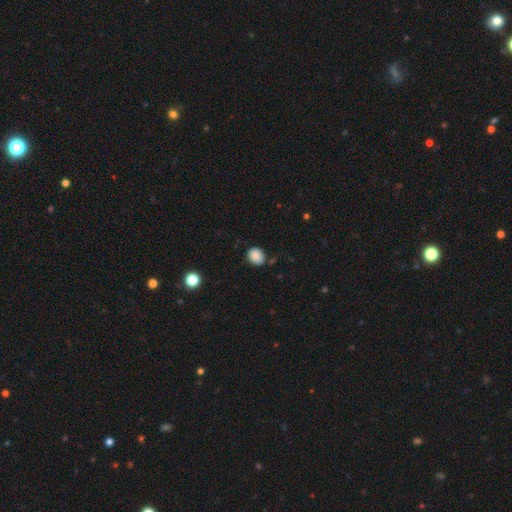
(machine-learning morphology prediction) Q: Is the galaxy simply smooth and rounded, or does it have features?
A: smooth — 87%.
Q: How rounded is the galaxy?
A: round — 52%.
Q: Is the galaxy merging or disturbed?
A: none — 74%.